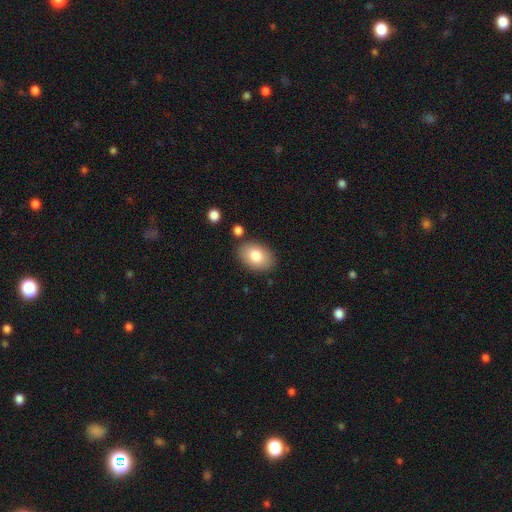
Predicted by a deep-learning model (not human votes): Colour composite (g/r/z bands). It shows a smooth galaxy with no disk features (82%) that is in between round and cigar-shaped (88%). Merging: none (83%).